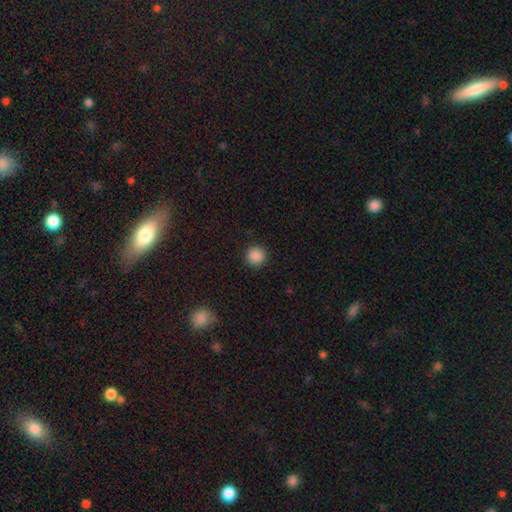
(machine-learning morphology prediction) Overall: smooth (88%). How rounded: round (95%). Merging: none (92%).